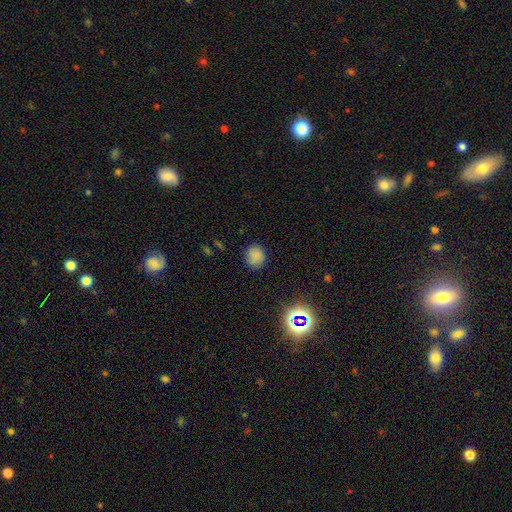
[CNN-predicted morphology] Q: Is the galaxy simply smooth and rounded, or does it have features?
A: smooth — 79%.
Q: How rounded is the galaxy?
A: round — 80%.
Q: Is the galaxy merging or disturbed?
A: none — 84%.